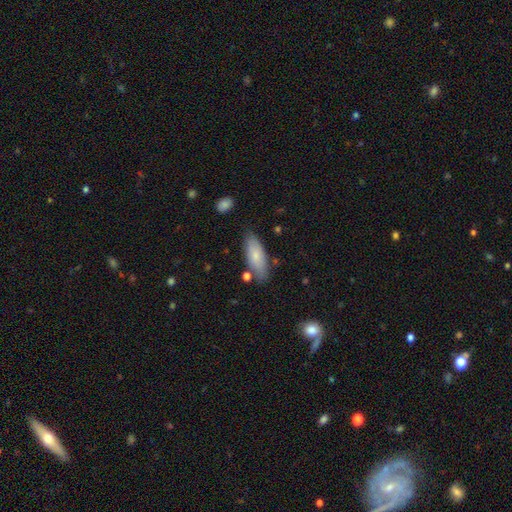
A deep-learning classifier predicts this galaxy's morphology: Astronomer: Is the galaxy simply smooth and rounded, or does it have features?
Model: smooth — 77%.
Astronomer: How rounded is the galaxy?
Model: in between — 75%.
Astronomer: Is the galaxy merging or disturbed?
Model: none — 76%.